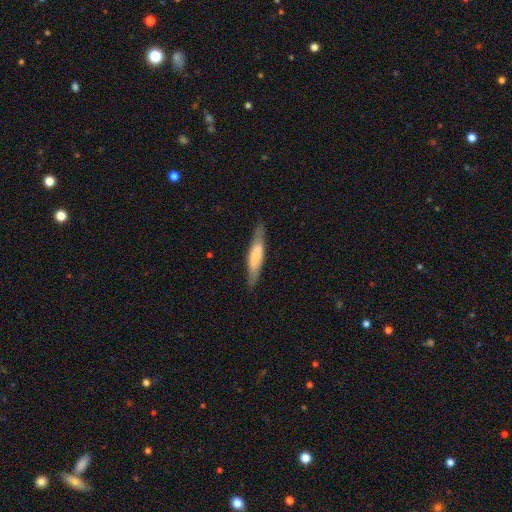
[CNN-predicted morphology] Smooth or featured: smooth — 55% (featured or disk — 39%)
How rounded: cigar-shaped — 81% (in between — 17%)
Merging: none — 84% (minor disturbance — 12%)